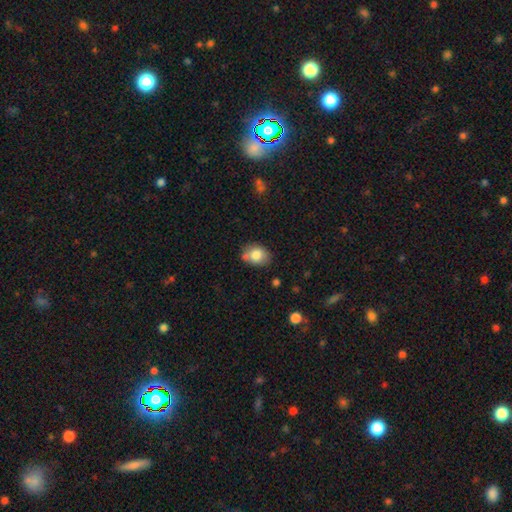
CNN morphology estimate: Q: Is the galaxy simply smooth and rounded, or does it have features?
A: smooth — 80%.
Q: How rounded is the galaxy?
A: in between — 65%.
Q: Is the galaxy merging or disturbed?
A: none — 66%.